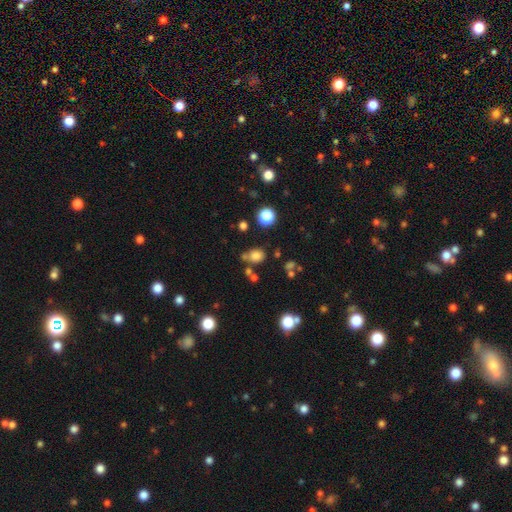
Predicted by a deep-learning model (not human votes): smooth-or-featured: smooth: 77% | star or artifact: 15% | featured or disk: 7%
  how-rounded: round: 56% | in between: 43% | cigar-shaped: 1%
  merging: none: 66% | minor disturbance: 14% | merger: 14% | major disturbance: 5%